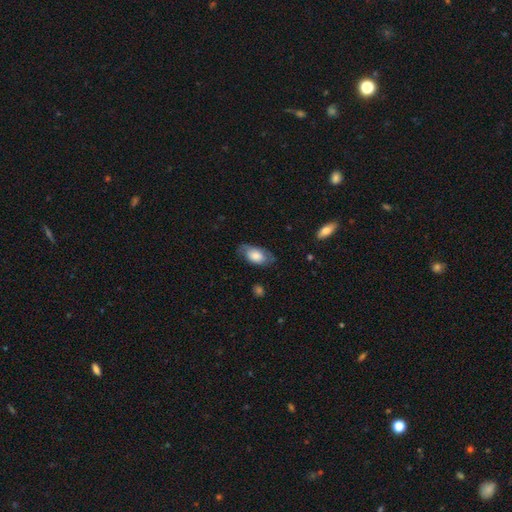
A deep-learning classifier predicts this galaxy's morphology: Q: Smooth or featured?
A: smooth (60%); runner-up: featured or disk (34%)
Q: How rounded?
A: in between (91%); runner-up: round (6%)
Q: Merging?
A: none (66%); runner-up: minor disturbance (24%)